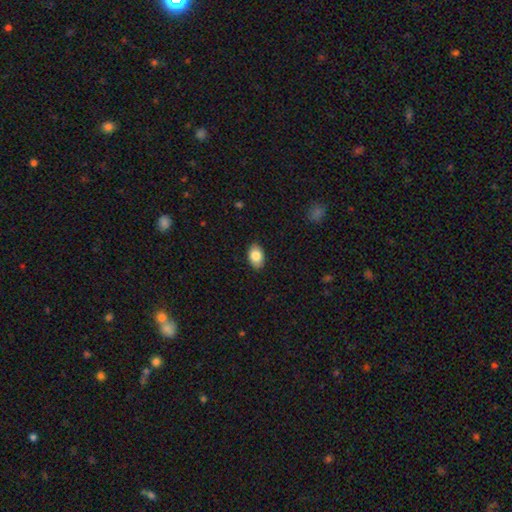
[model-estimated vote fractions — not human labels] Smooth or featured?
  - smooth: 85% *
  - featured or disk: 8%
  - star or artifact: 7%
How rounded?
  - in between: 88% *
  - round: 11%
  - cigar-shaped: 1%
Merging?
  - none: 88% *
  - minor disturbance: 9%
  - major disturbance: 2%
  - merger: 1%